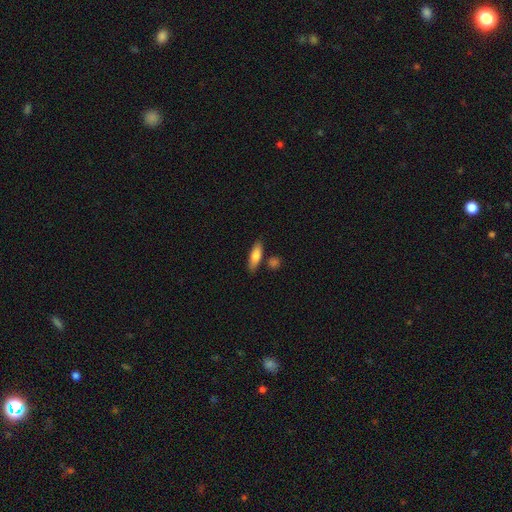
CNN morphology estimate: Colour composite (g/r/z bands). It shows a smooth galaxy with no disk features (77%) that is in between round and cigar-shaped (55%). Merging: none (78%).